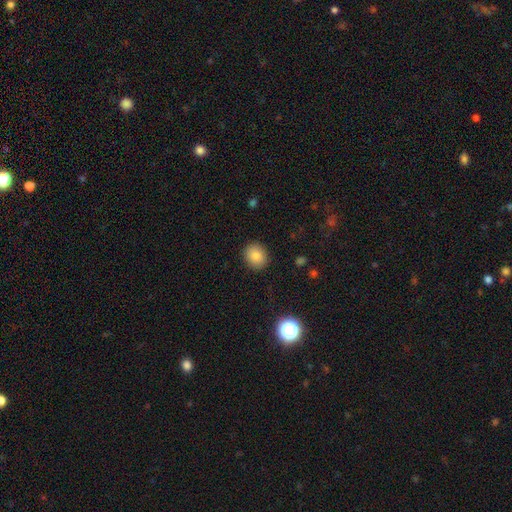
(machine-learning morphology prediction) The model was most divided on "how rounded": round: 68%, in between: 31%, cigar-shaped: 1%. More confident: merging — none (89%); smooth or featured — smooth (84%).